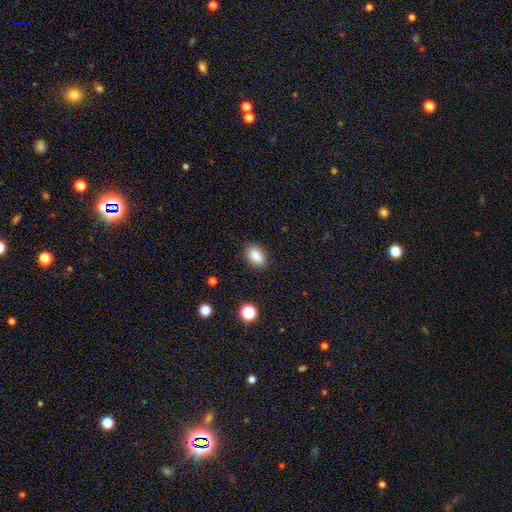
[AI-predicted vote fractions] Smooth or featured: smooth — 83% (star or artifact — 9%)
How rounded: in between — 81% (round — 18%)
Merging: none — 85% (minor disturbance — 11%)